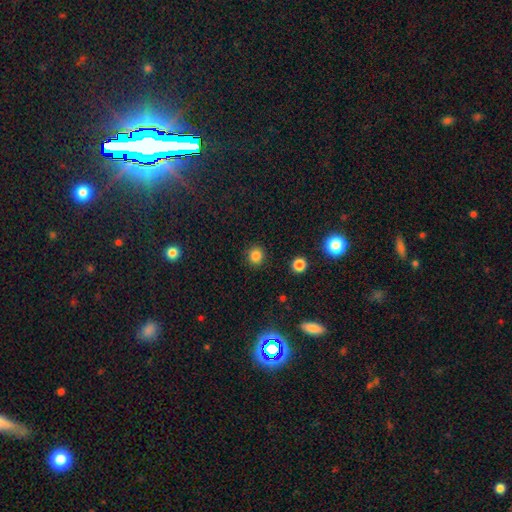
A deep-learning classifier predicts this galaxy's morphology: The model was most divided on "smooth or featured": smooth: 83%, star or artifact: 13%, featured or disk: 4%. More confident: merging — none (90%); how rounded — round (89%).